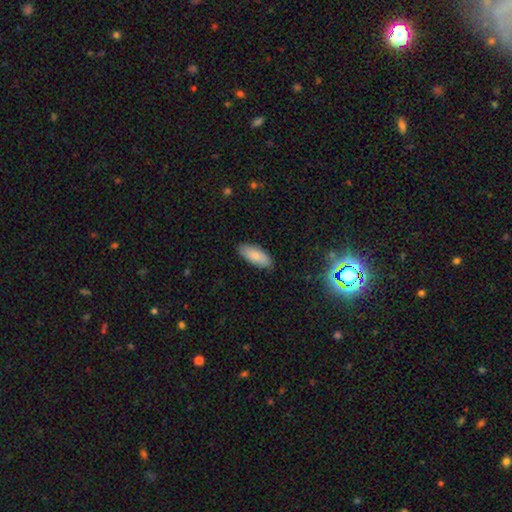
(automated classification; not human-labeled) smooth-or-featured: smooth: 86% | featured or disk: 8% | star or artifact: 6%
  how-rounded: in between: 82% | cigar-shaped: 17% | round: 2%
  merging: none: 86% | minor disturbance: 10% | major disturbance: 2% | merger: 1%